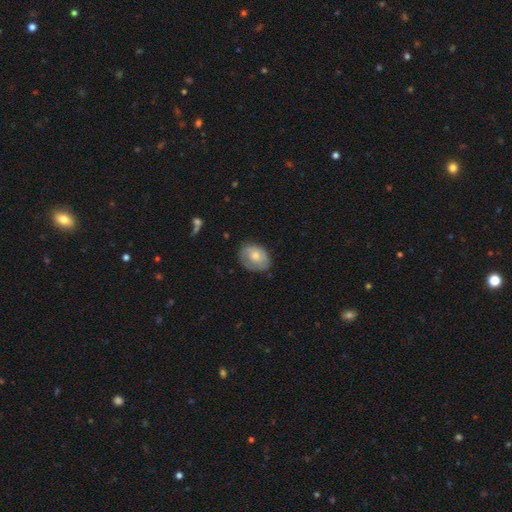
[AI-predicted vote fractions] Smooth or featured? Predicted: smooth (p=0.60). How rounded? Predicted: in between (p=0.59). Merging? Predicted: none (p=0.67).